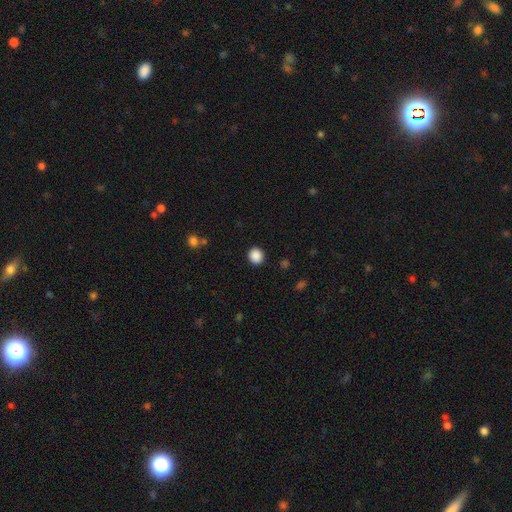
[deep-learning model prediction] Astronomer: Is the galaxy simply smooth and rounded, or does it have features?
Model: smooth — 89%.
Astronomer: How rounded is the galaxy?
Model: round — 84%.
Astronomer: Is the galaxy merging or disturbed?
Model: none — 91%.